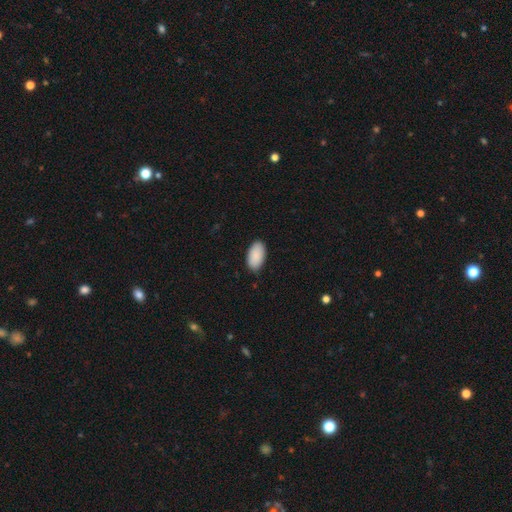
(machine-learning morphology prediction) Overall: smooth (91%). How rounded: in between (96%). Merging: none (86%).